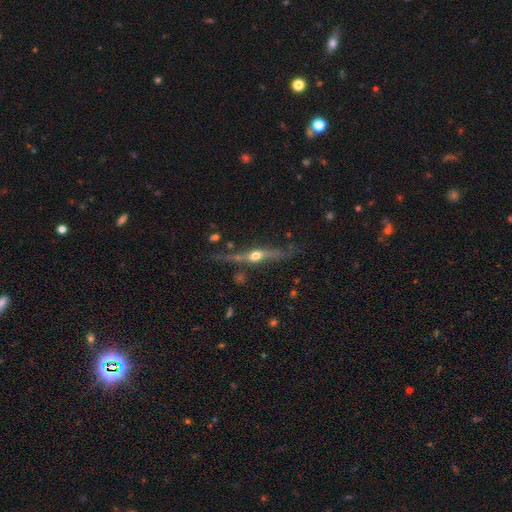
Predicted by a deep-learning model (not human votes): Q: Smooth or featured?
A: featured or disk (77%); runner-up: smooth (15%)
Q: Edge-on disk?
A: yes (93%); runner-up: no (7%)
Q: Edge-on bulge?
A: rounded (95%); runner-up: boxy (3%)
Q: Merging?
A: none (72%); runner-up: minor disturbance (17%)